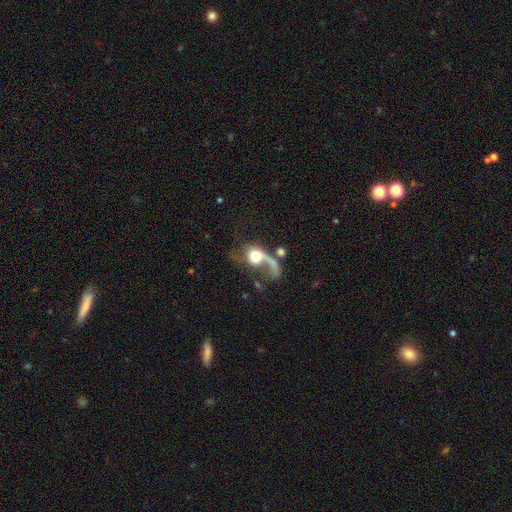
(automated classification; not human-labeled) featured or disk 52%, smooth 39%, star or artifact 9%. Down the decision tree: edge-on disk — no (95%); merging — major disturbance (50%).